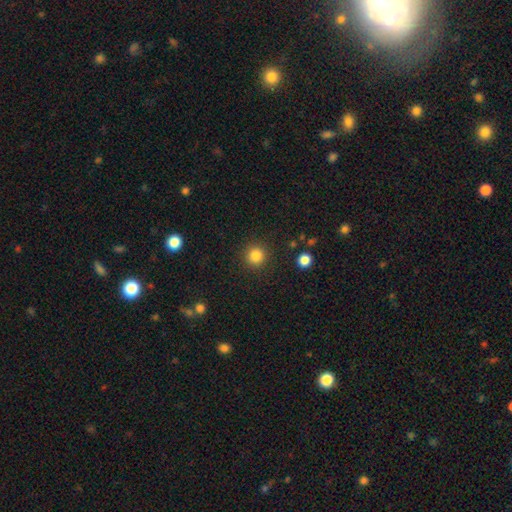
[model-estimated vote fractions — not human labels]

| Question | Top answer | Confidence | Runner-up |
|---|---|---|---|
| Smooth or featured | smooth | 84% | star or artifact (12%) |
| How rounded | round | 94% | in between (5%) |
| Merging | none | 90% | minor disturbance (6%) |